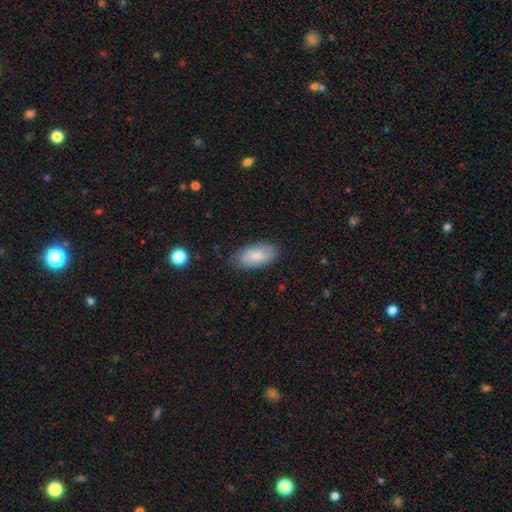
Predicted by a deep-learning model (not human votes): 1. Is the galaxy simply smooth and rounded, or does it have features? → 81% smooth, 13% featured or disk, 6% star or artifact.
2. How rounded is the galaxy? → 93% in between, 4% cigar-shaped, 3% round.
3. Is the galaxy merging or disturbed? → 77% none, 18% minor disturbance, 4% major disturbance, 1% merger.